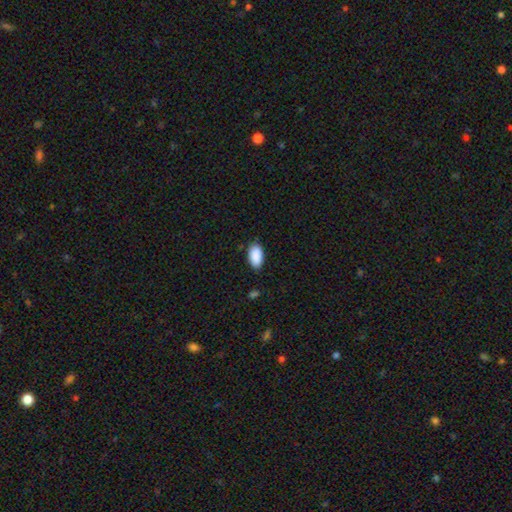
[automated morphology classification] Overall: smooth (91%). How rounded: in between (95%). Merging: none (85%).